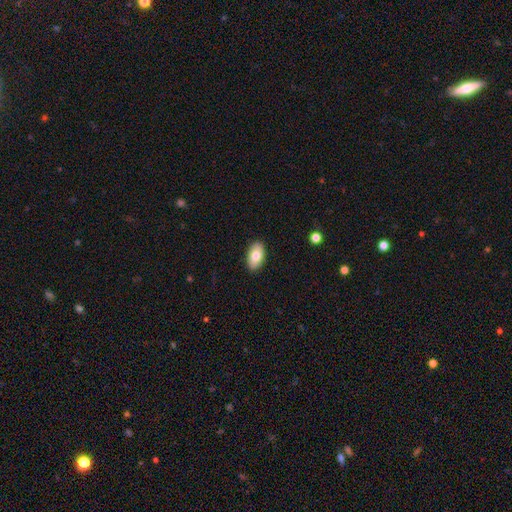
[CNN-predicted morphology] This appears to be a smooth galaxy with no disk features (78%) that is in between round and cigar-shaped (93%). Merging: none (89%).